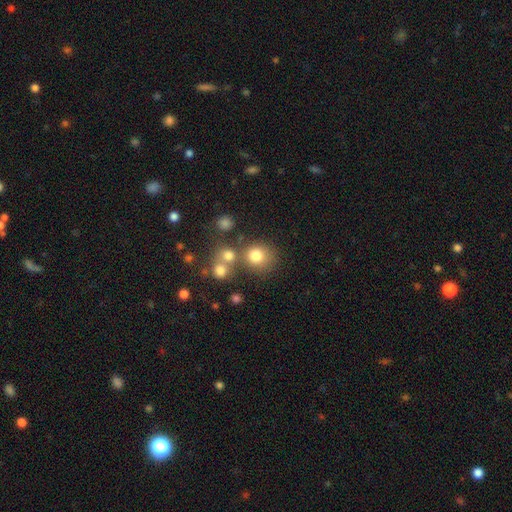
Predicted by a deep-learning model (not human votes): The model was most divided on "merging": none: 61%, merger: 23%, minor disturbance: 11%, major disturbance: 5%. More confident: how rounded — round (85%); smooth or featured — smooth (78%).